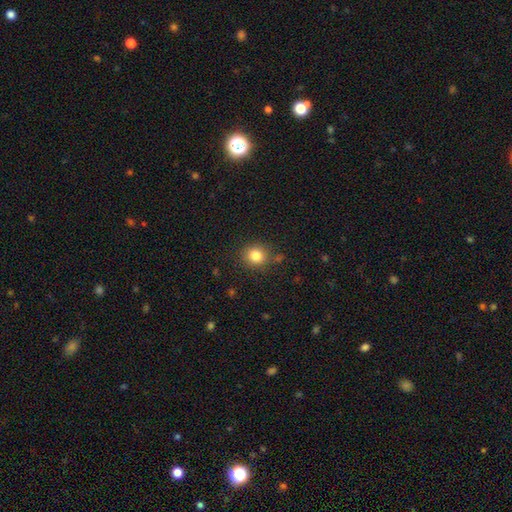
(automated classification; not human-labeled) A smooth galaxy with no disk features (82%) that is round (81%).

Vote fractions:
- Smooth or featured? smooth: 82% / star or artifact: 12% / featured or disk: 6%
- How rounded? round: 81% / in between: 18% / cigar-shaped: 1%
- Merging? none: 83% / minor disturbance: 11% / major disturbance: 3% / merger: 3%